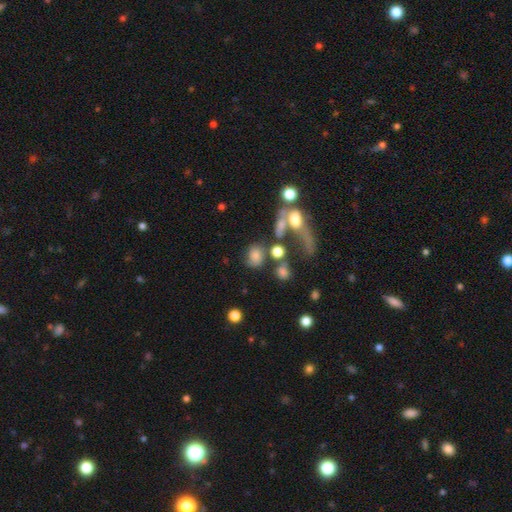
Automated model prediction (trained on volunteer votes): This is likely a smooth galaxy (69%). How rounded: possibly round (53%). Merging: marginally none (43%).